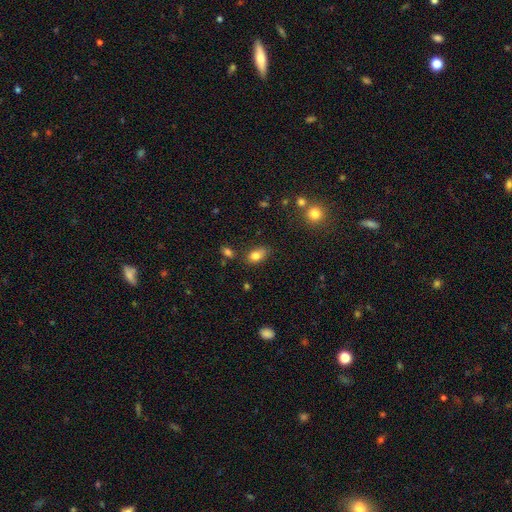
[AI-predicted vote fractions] smooth-or-featured: smooth: 81% | star or artifact: 10% | featured or disk: 9%
  how-rounded: in between: 86% | round: 11% | cigar-shaped: 2%
  merging: none: 69% | minor disturbance: 21% | merger: 6% | major disturbance: 5%